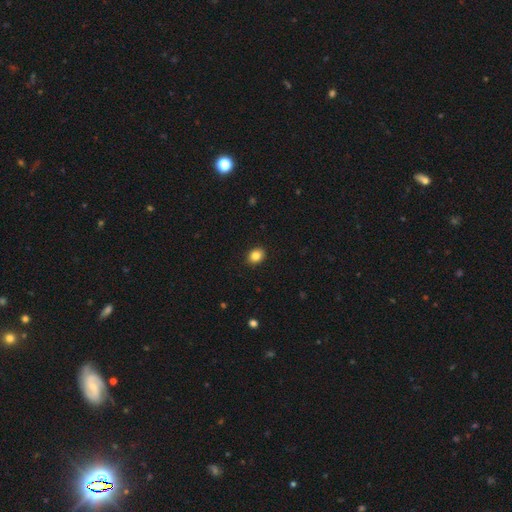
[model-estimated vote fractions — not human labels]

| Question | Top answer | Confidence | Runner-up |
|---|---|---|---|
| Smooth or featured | smooth | 85% | star or artifact (9%) |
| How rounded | in between | 53% | round (46%) |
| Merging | none | 91% | minor disturbance (6%) |